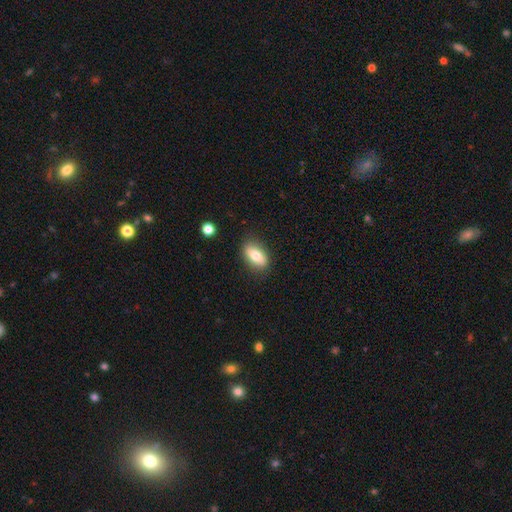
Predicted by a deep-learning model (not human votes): Overall: smooth (70%). How rounded: in between (83%). Merging: none (84%).